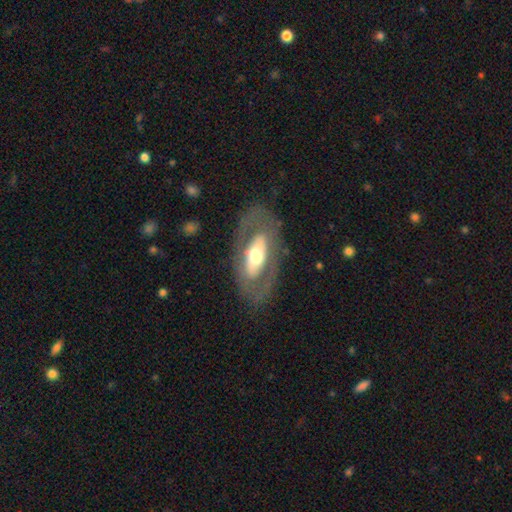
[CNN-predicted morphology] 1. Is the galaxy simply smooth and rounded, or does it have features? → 64% featured or disk, 31% smooth, 5% star or artifact.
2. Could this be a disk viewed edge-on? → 86% no, 14% yes.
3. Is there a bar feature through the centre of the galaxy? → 59% no, 22% strong, 19% weak.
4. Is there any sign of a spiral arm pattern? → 74% no, 26% yes.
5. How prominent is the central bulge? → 56% moderate, 29% large, 10% small, 4% dominant, 1% none.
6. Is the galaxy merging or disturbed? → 76% none, 12% minor disturbance, 10% major disturbance, 1% merger.